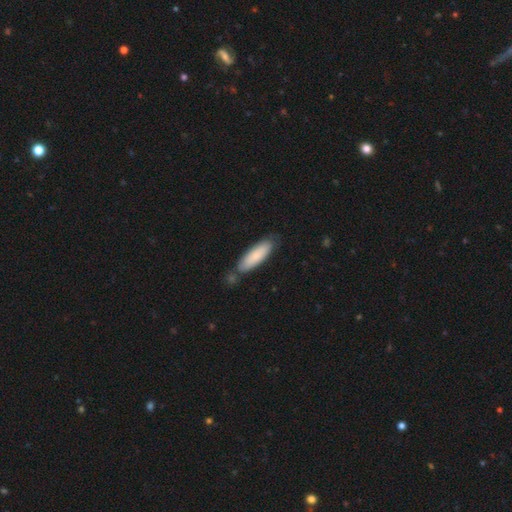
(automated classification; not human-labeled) Smooth or featured: smooth — 82% (featured or disk — 12%)
How rounded: cigar-shaped — 56% (in between — 43%)
Merging: none — 71% (minor disturbance — 17%)